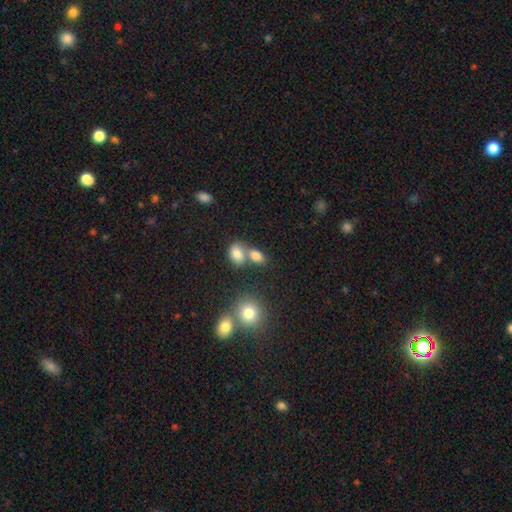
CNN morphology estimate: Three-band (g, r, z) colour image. It shows a smooth galaxy with no disk features (79%) that is in between round and cigar-shaped (78%). Merging: merger (45%).